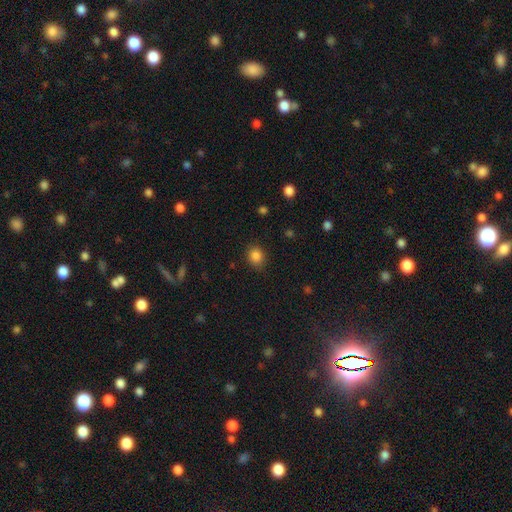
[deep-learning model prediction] A smooth galaxy with no disk features (85%) that is round (73%). Merging: none (87%).